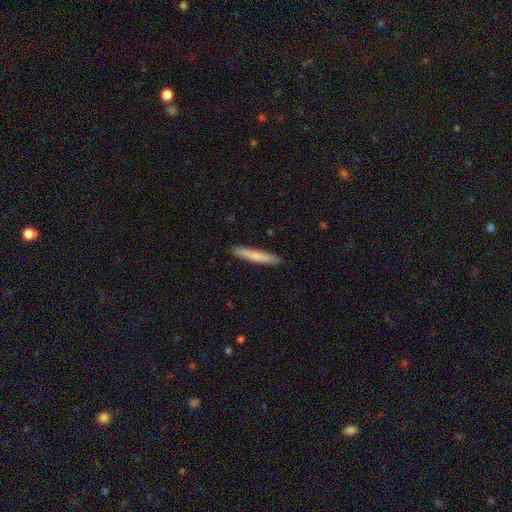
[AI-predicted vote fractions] Smooth or featured? smooth (77%)
How rounded? cigar-shaped (95%)
Merging? none (91%)